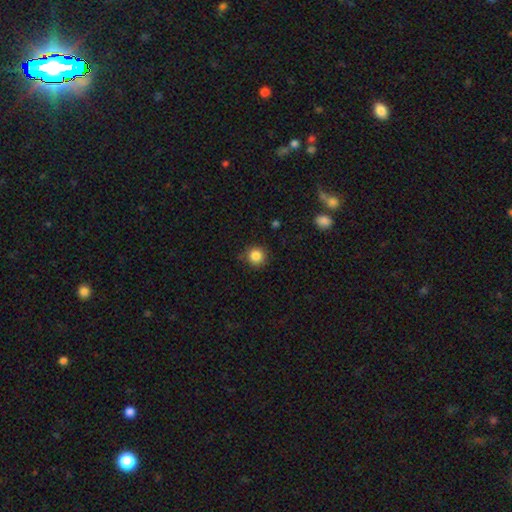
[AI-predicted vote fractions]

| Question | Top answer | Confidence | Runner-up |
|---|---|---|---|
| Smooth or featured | smooth | 85% | star or artifact (11%) |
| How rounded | round | 93% | in between (6%) |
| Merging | none | 85% | minor disturbance (11%) |